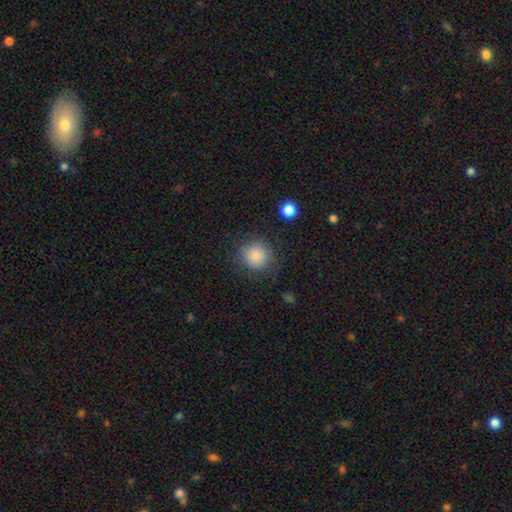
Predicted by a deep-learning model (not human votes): Smooth or featured? smooth (85%)
How rounded? round (91%)
Merging? none (79%)